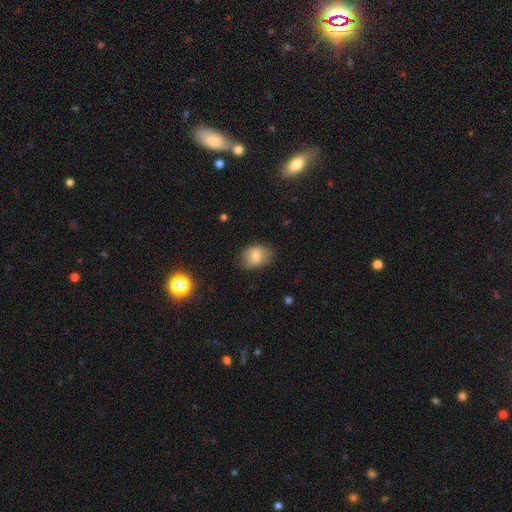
Smooth or featured? smooth (73%)
How rounded? in between (70%)
Merging? none (77%)